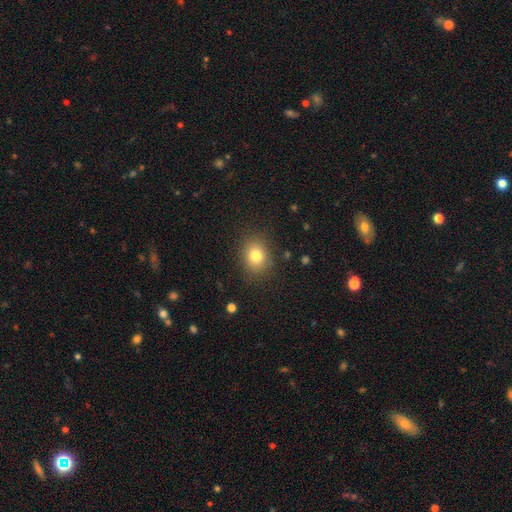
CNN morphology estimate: This is likely a smooth galaxy (80%). How rounded: possibly round (58%). Merging: clearly none (86%).